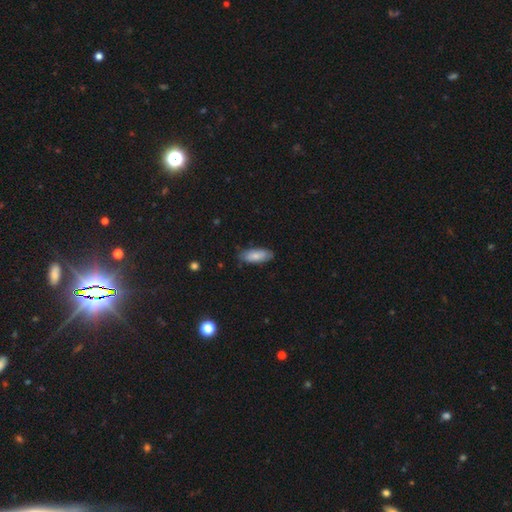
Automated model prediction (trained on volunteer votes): This is likely a smooth galaxy (80%). How rounded: likely in between (77%). Merging: likely none (78%).